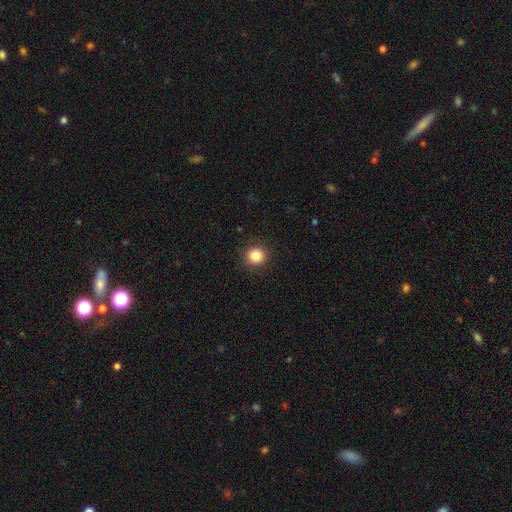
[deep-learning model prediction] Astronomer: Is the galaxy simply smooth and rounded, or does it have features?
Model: smooth — 85%.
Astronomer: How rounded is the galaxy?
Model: round — 92%.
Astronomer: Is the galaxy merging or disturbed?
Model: none — 92%.